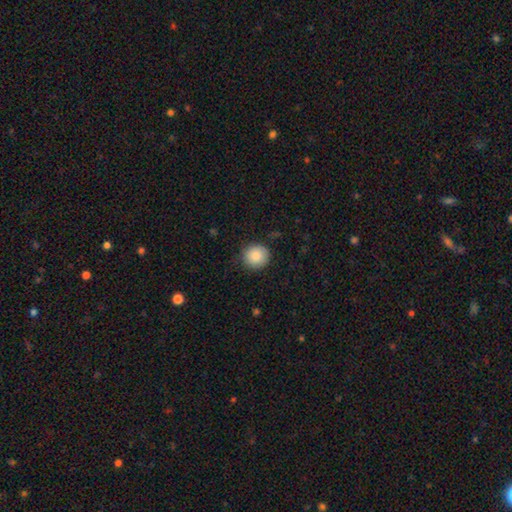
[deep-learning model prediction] Smooth or featured: smooth — 87% (star or artifact — 8%)
How rounded: round — 92% (in between — 7%)
Merging: none — 88% (minor disturbance — 9%)